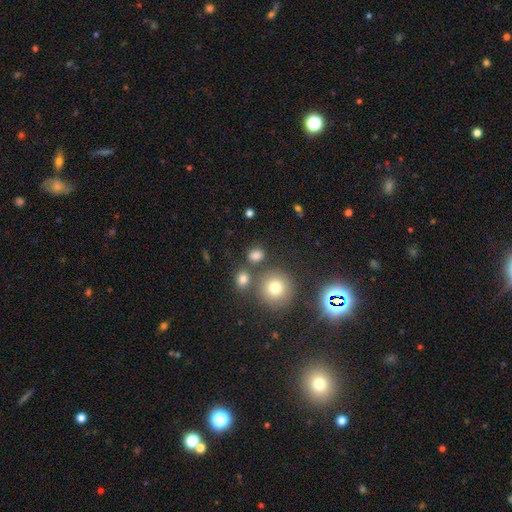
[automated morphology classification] This is likely a smooth galaxy (78%). How rounded: likely round (63%). Merging: likely none (73%).